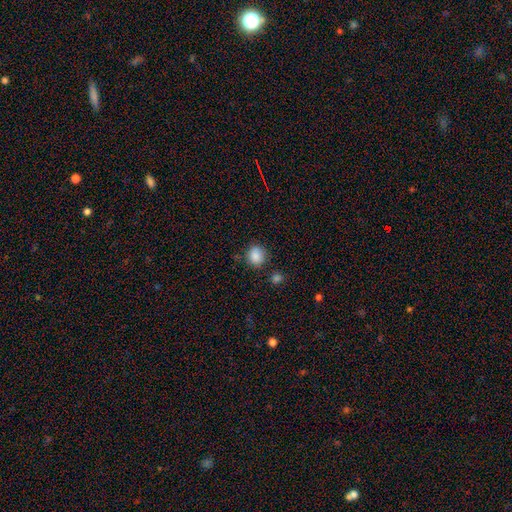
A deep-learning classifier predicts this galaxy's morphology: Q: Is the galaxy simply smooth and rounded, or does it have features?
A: smooth — 87%.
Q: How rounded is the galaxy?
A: round — 79%.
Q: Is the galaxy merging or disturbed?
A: none — 81%.